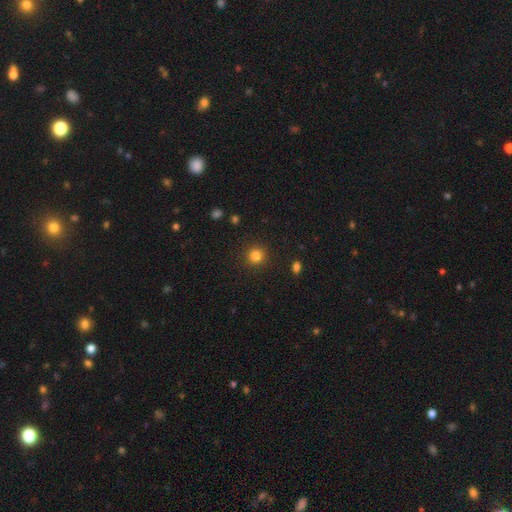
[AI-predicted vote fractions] The model was most divided on "smooth or featured": smooth: 83%, star or artifact: 13%, featured or disk: 5%. More confident: how rounded — round (93%); merging — none (91%).